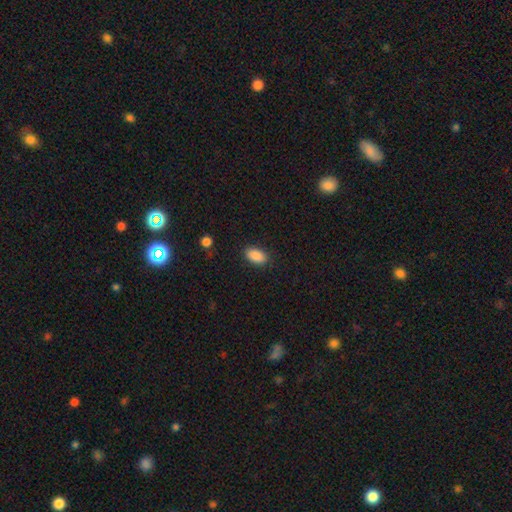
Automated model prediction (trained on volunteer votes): This is clearly a smooth galaxy (89%). How rounded: clearly in between (92%). Merging: clearly none (87%).